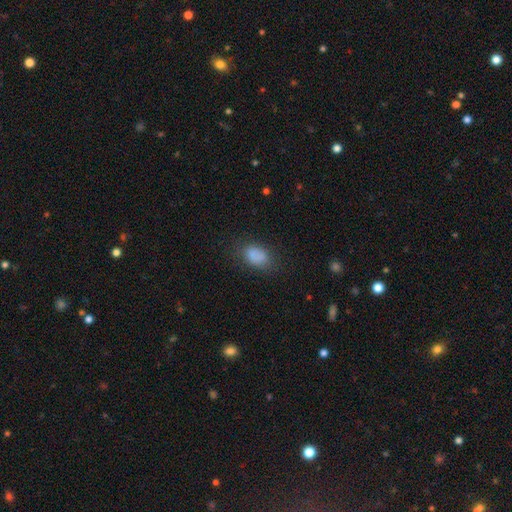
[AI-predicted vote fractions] smooth 83%, star or artifact 10%, featured or disk 7%. Down the decision tree: how rounded — in between (82%); merging — none (72%).